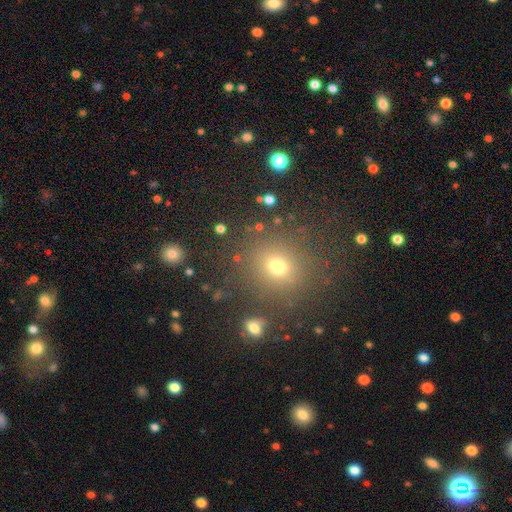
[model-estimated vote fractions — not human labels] smooth_or_featured: smooth (p=0.53) [alt: star or artifact p=0.38]
how_rounded: round (p=0.89) [alt: in between p=0.10]
merging: none (p=0.86) [alt: minor disturbance p=0.07]